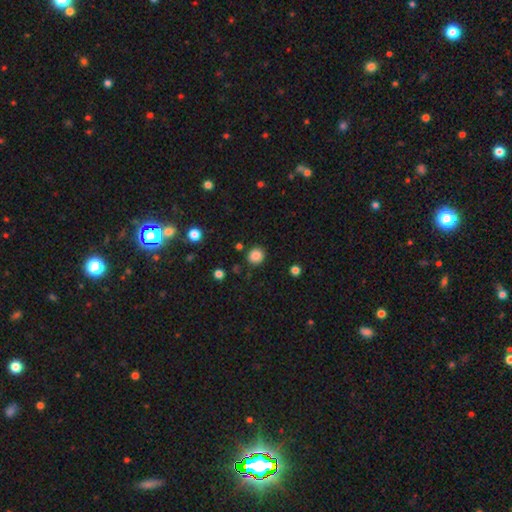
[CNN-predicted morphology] Smooth or featured? smooth (86%)
How rounded? round (89%)
Merging? none (88%)